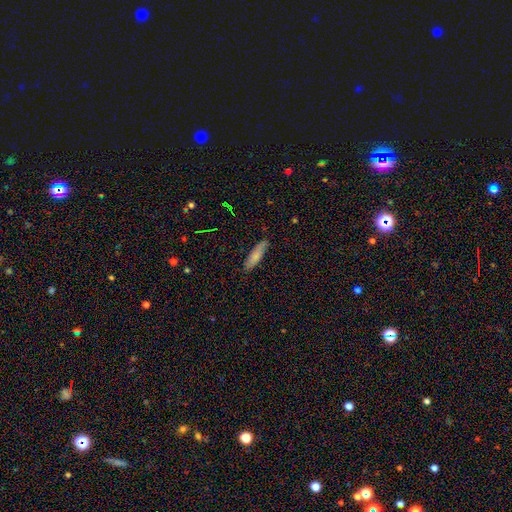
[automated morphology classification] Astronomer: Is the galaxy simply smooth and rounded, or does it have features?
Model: smooth — 80%.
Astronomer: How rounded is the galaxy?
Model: cigar-shaped — 68%.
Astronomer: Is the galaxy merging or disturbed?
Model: none — 85%.